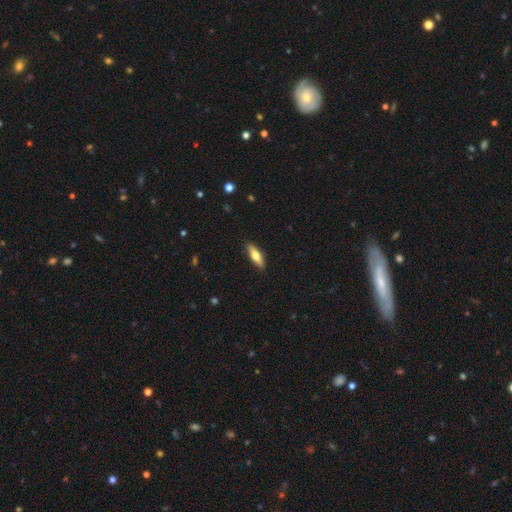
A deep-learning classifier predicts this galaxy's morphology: Q: Smooth or featured?
A: smooth (58%); runner-up: featured or disk (37%)
Q: How rounded?
A: cigar-shaped (58%); runner-up: in between (40%)
Q: Merging?
A: none (90%); runner-up: minor disturbance (8%)